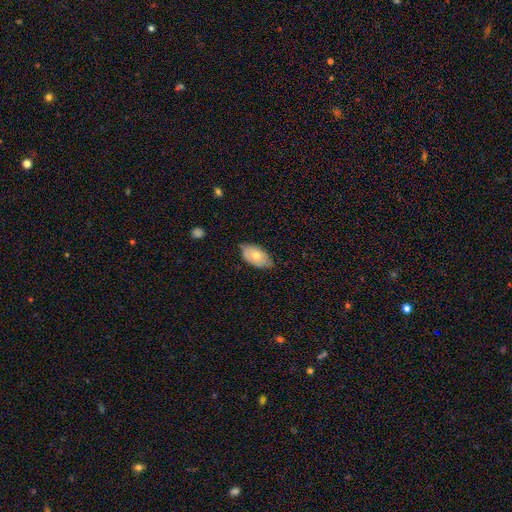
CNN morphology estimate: Smooth or featured? Predicted: smooth (p=0.62). How rounded? Predicted: in between (p=0.93). Merging? Predicted: none (p=0.69).